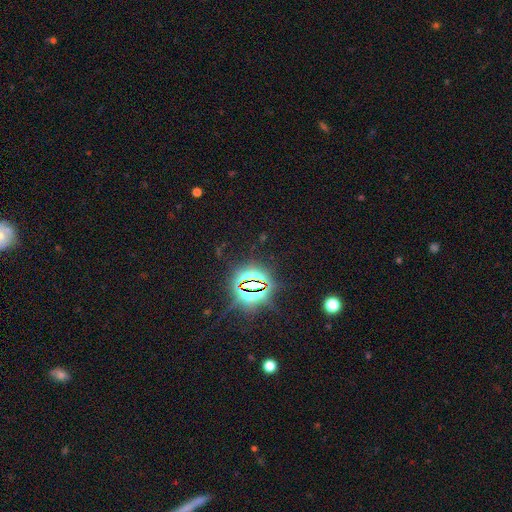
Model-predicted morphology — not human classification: Smooth or featured?
  - star or artifact: 82% *
  - smooth: 10%
  - featured or disk: 7%